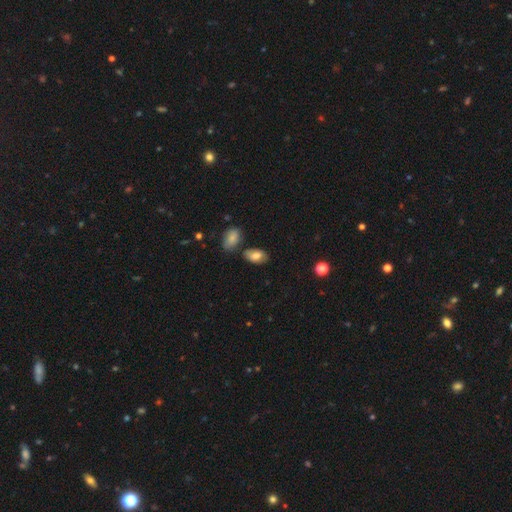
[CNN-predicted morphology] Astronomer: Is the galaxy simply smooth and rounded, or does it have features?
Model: smooth — 74%.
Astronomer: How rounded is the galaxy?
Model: in between — 92%.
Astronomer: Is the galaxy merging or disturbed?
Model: none — 73%.